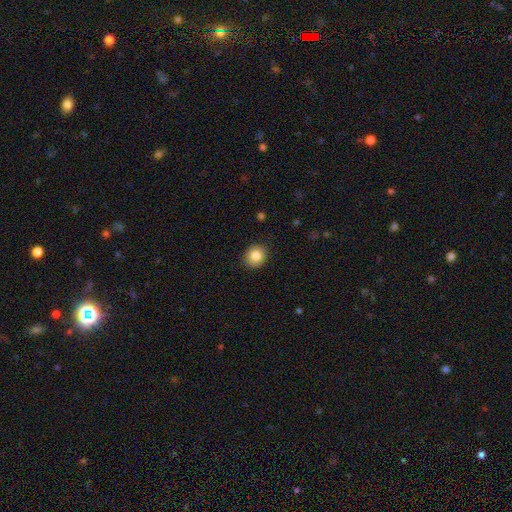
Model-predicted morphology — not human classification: The model was most divided on "how rounded": round: 76%, in between: 23%, cigar-shaped: 1%. More confident: merging — none (88%); smooth or featured — smooth (84%).